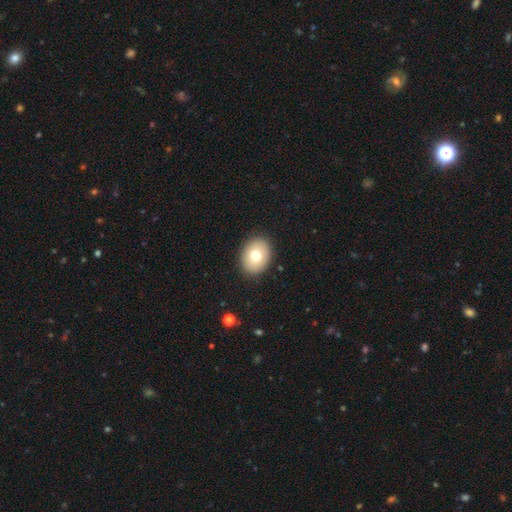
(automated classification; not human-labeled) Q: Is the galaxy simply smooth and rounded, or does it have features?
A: smooth — 74%.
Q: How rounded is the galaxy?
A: in between — 59%.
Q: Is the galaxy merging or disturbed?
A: none — 90%.